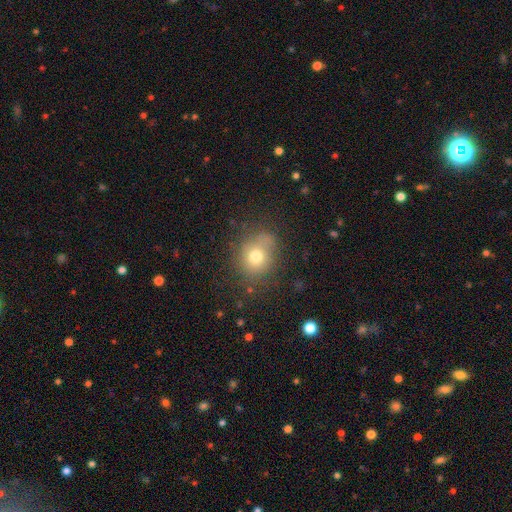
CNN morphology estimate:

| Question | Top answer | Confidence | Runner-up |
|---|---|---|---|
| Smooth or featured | smooth | 72% | star or artifact (17%) |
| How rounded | round | 71% | in between (28%) |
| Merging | none | 74% | minor disturbance (17%) |